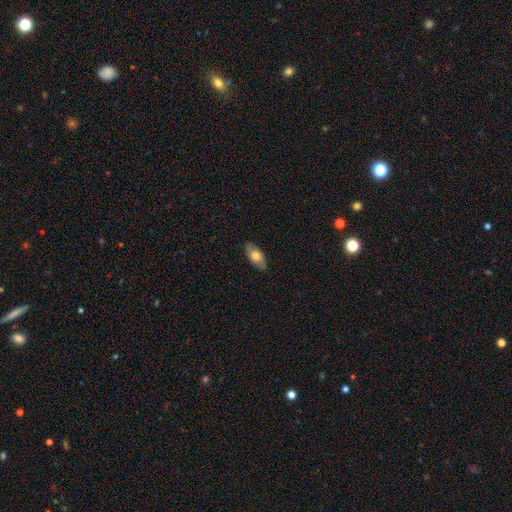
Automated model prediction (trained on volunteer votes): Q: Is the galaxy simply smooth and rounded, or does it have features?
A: smooth — 64%.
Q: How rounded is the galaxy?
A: in between — 88%.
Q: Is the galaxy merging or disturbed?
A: none — 82%.